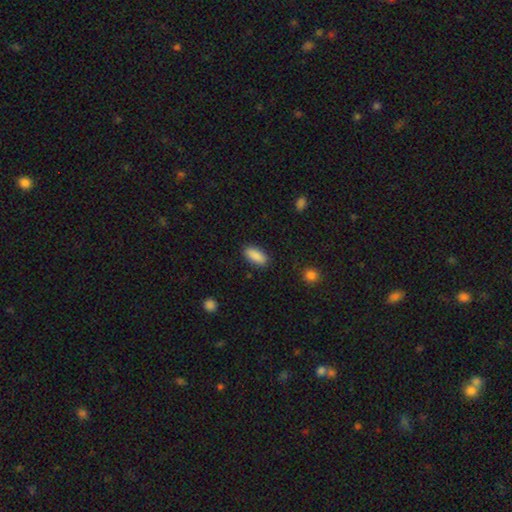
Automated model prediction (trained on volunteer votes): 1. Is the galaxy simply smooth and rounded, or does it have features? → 90% smooth, 7% star or artifact, 4% featured or disk.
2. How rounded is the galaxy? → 87% in between, 11% cigar-shaped, 2% round.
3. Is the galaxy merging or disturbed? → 88% none, 8% minor disturbance, 2% major disturbance, 1% merger.